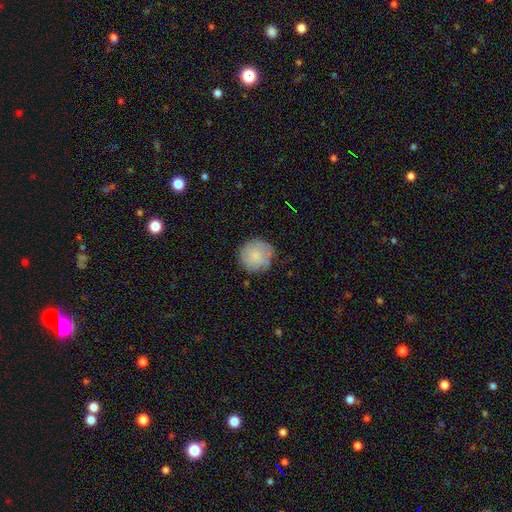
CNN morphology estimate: smooth-or-featured: smooth: 68% | featured or disk: 24% | star or artifact: 8%
  how-rounded: round: 92% | in between: 7% | cigar-shaped: 1%
  merging: none: 78% | minor disturbance: 16% | major disturbance: 4% | merger: 2%